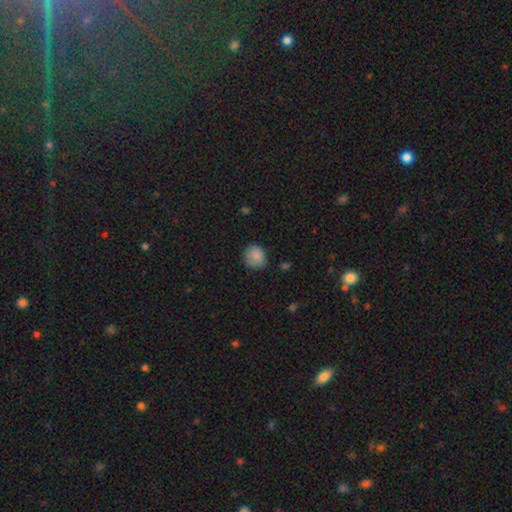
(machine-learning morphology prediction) Smooth or featured? smooth (85%)
How rounded? round (80%)
Merging? none (73%)